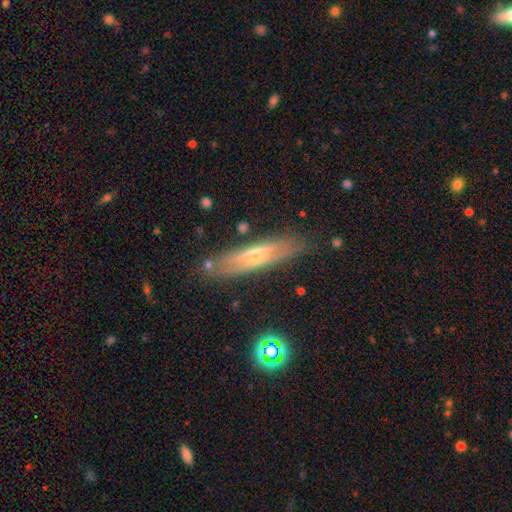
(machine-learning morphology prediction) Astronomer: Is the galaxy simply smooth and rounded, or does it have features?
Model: featured or disk — 63%.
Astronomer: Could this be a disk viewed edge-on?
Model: yes — 77%.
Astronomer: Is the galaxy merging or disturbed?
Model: none — 81%.